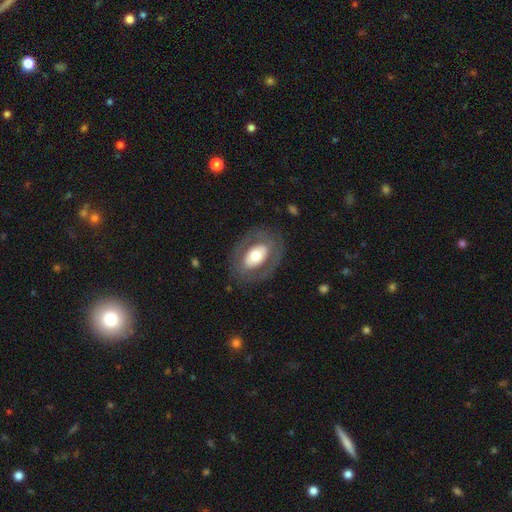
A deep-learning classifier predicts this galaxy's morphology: type=featured or disk (53%); edge-on=no (92%); merging=none (78%).